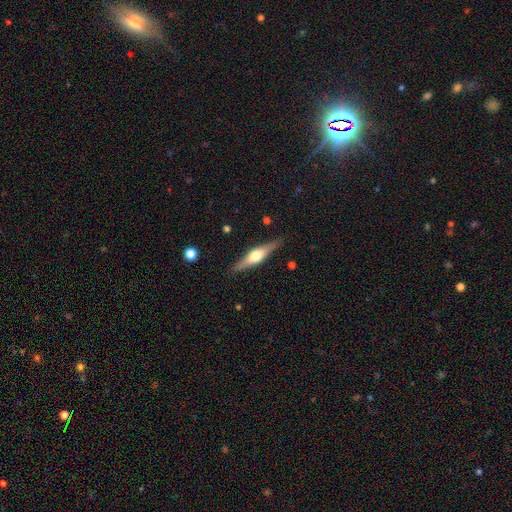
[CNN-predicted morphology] Q: Smooth or featured?
A: featured or disk (67%); runner-up: smooth (27%)
Q: Edge-on disk?
A: yes (96%); runner-up: no (4%)
Q: Edge-on bulge?
A: rounded (92%); runner-up: boxy (6%)
Q: Merging?
A: none (88%); runner-up: minor disturbance (8%)